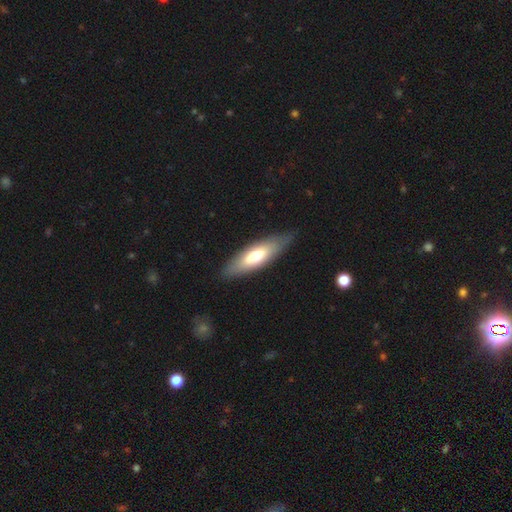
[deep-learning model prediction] Morphology: type=smooth (64%); roundness=in between (52%); merging=none (82%).